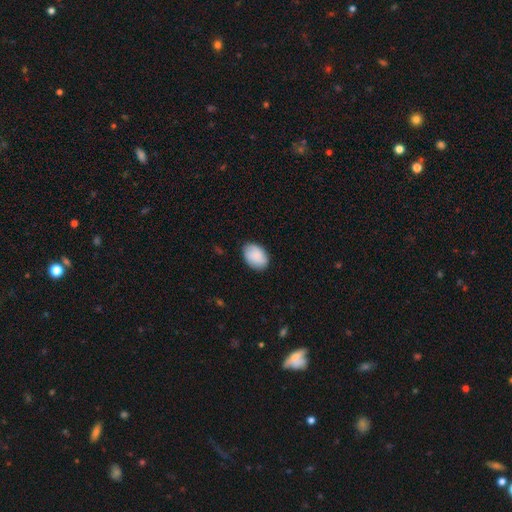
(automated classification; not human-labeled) A smooth galaxy with no disk features (85%) that is in between round and cigar-shaped (84%).

Vote fractions:
- Smooth or featured? smooth: 85% / featured or disk: 9% / star or artifact: 6%
- How rounded? in between: 84% / round: 15% / cigar-shaped: 1%
- Merging? none: 84% / minor disturbance: 13% / major disturbance: 3% / merger: 1%